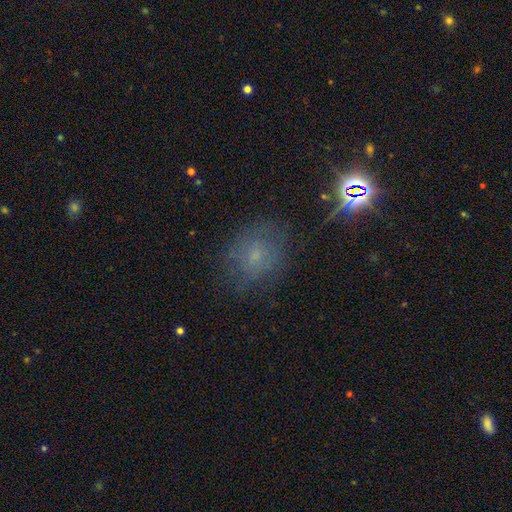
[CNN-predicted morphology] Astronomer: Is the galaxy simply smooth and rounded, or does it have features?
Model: smooth — 49% (runner-up: star or artifact, 28%).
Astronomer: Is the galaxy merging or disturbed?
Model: none — 69%.